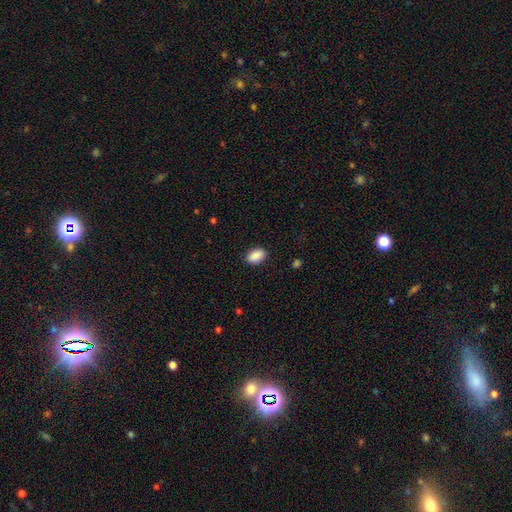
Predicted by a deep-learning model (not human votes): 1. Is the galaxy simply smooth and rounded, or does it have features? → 90% smooth, 7% star or artifact, 3% featured or disk.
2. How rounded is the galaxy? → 90% in between, 8% round, 2% cigar-shaped.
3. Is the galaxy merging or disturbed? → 87% none, 9% minor disturbance, 2% major disturbance, 1% merger.